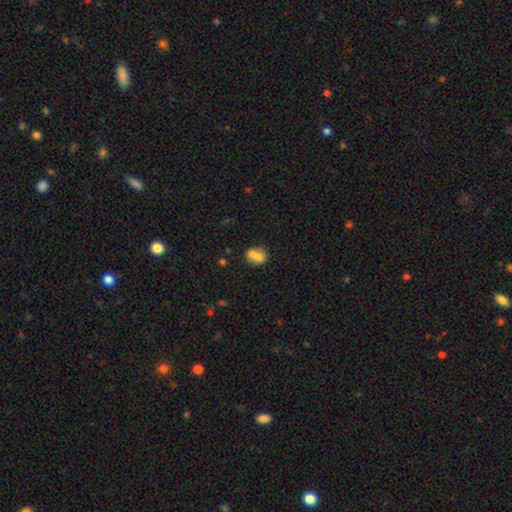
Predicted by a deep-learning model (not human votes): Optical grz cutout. It shows a smooth galaxy with no disk features (70%) that is round (55%). Merging: merger (55%).